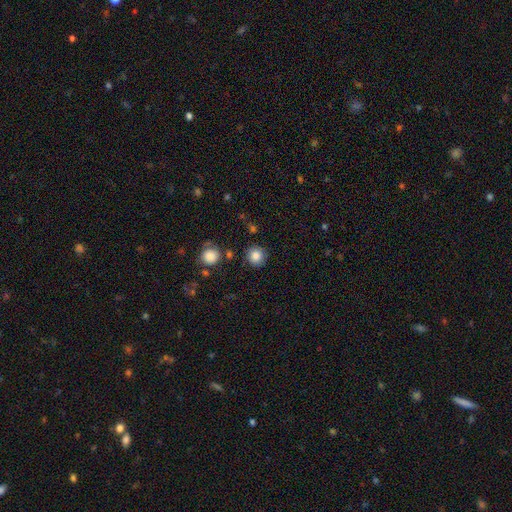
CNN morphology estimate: Smooth or featured?
  - smooth: 85% *
  - star or artifact: 10%
  - featured or disk: 5%
How rounded?
  - round: 93% *
  - in between: 6%
  - cigar-shaped: 1%
Merging?
  - none: 87% *
  - minor disturbance: 7%
  - merger: 3%
  - major disturbance: 3%